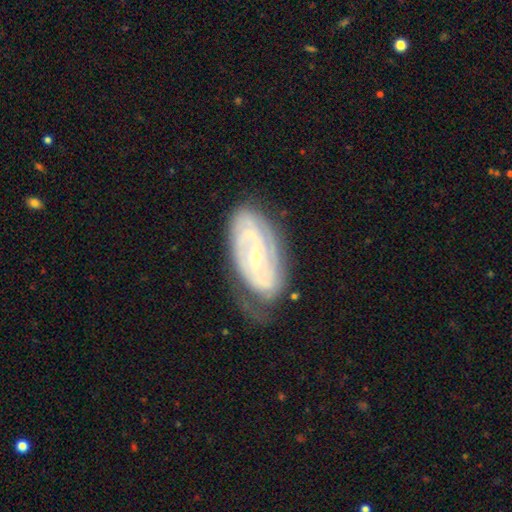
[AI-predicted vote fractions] A featured or disk galaxy (85%) with a weak bar (43%), 2 (68%) tight (55%) spiral arms (94%) and a small central bulge (72%).

Vote fractions:
- Smooth or featured? featured or disk: 85% / smooth: 10% / star or artifact: 5%
- Edge-on disk? no: 95% / yes: 5%
- Bar? weak: 43% / no: 31% / strong: 26%
- Spiral arms? yes: 94% / no: 6%
- Spiral winding? tight: 55% / medium: 35% / loose: 10%
- Spiral arm count? 2: 68% / can't tell: 17% / 3: 7% / 1: 3% / 4: 3% / more than 4: 2%
- Bulge size? small: 72% / moderate: 25% / none: 1% / large: 1% / dominant: 1%
- Merging? none: 62% / minor disturbance: 26% / major disturbance: 9% / merger: 2%